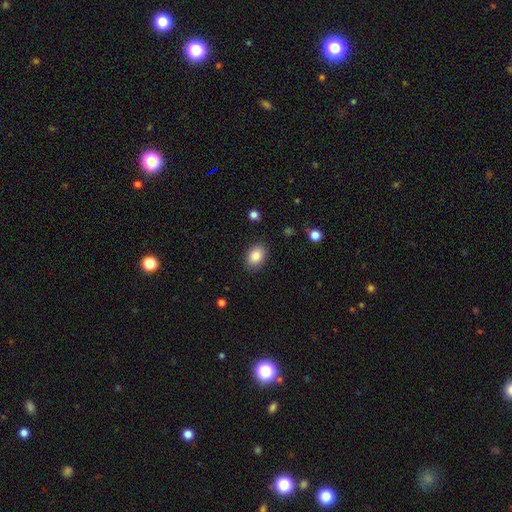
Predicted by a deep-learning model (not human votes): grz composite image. It shows a smooth galaxy with no disk features (86%) that is in between round and cigar-shaped (77%). Merging: none (86%).